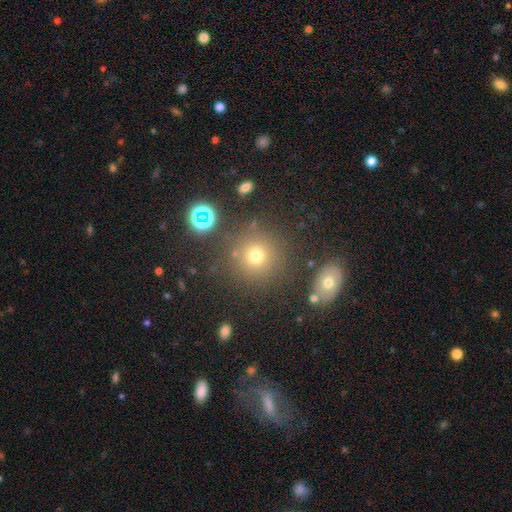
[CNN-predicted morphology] type=smooth (69%); roundness=round (92%); merging=none (82%).